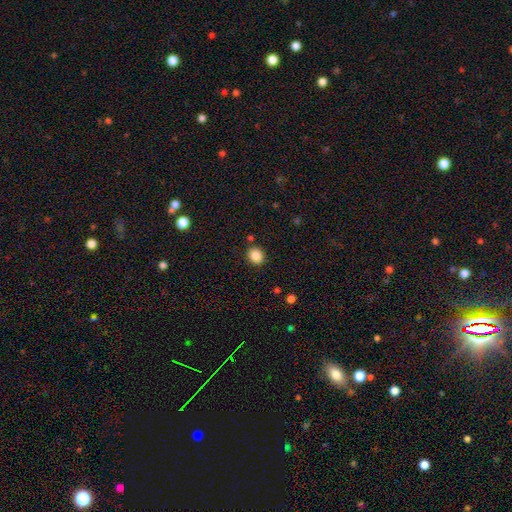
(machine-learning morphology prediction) The model was most divided on "how rounded": round: 75%, in between: 24%, cigar-shaped: 1%. More confident: merging — none (87%); smooth or featured — smooth (86%).